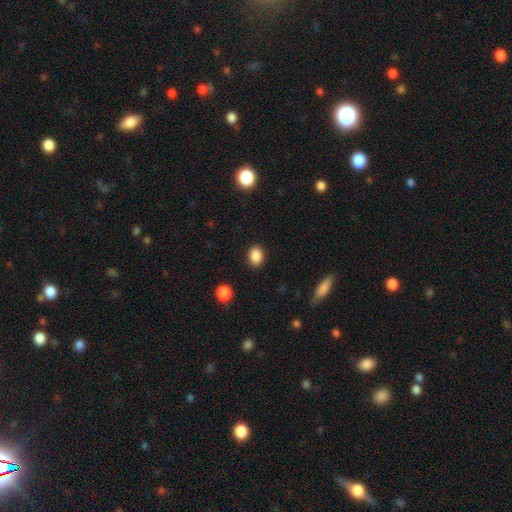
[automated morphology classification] This is clearly a smooth galaxy (88%). How rounded: likely in between (67%). Merging: clearly none (88%).